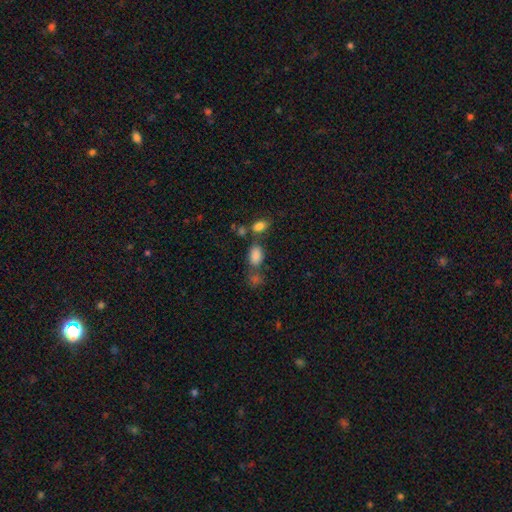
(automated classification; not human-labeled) Smooth or featured? smooth (83%)
How rounded? in between (88%)
Merging? none (52%)